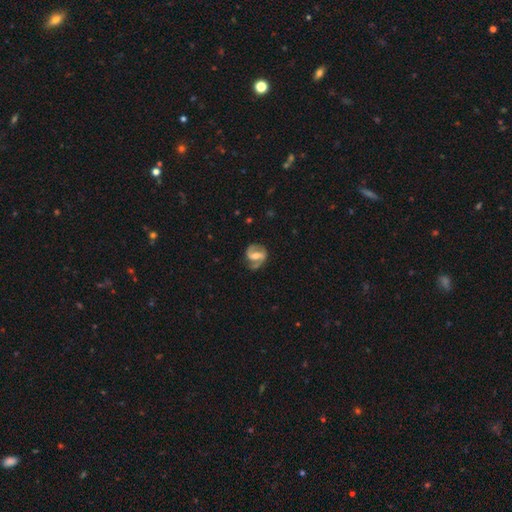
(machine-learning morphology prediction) smooth-or-featured: featured or disk: 84% | smooth: 11% | star or artifact: 5%
  disk-edge-on: no: 97% | yes: 3%
    bar: strong: 43% | weak: 40% | no: 16%
    has-spiral-arms: yes: 93% | no: 7%
      spiral-winding: medium: 52% | tight: 25% | loose: 23%
      spiral-arm-count: 2: 89% | 1: 5% | can't tell: 4% | 3: 1% | 4: 1% | more than 4: 1%
    bulge-size: moderate: 61% | small: 30% | large: 5% | none: 3% | dominant: 1%
  merging: none: 75% | minor disturbance: 17% | major disturbance: 7% | merger: 2%